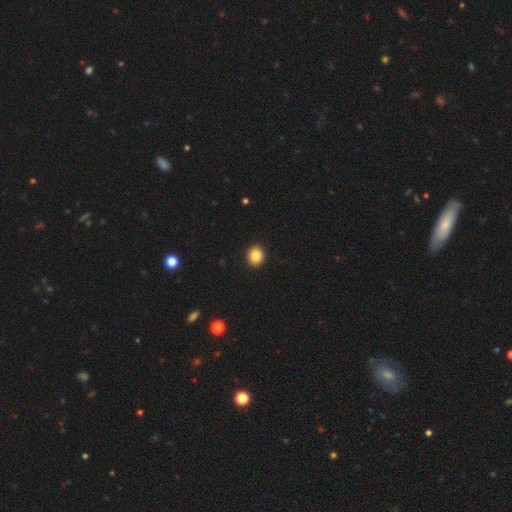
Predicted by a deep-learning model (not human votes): smooth 86%, star or artifact 9%, featured or disk 4%. Down the decision tree: how rounded — round (62%); merging — none (92%).